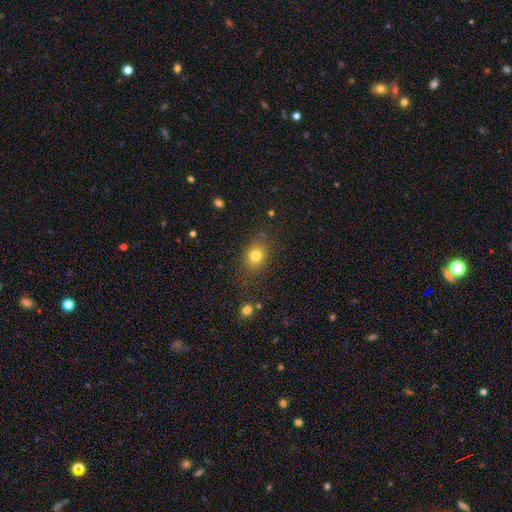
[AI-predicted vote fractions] This is likely a smooth galaxy (79%). How rounded: possibly round (54%). Merging: likely none (79%).